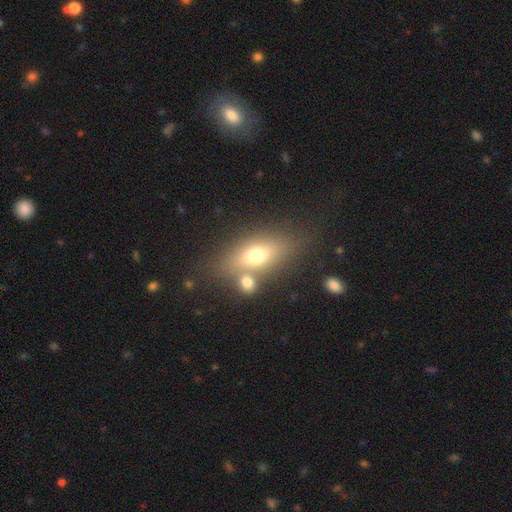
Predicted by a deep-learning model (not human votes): A smooth galaxy with no disk features (64%) that is in between round and cigar-shaped (73%).

Vote fractions:
- Smooth or featured? smooth: 64% / featured or disk: 26% / star or artifact: 10%
- How rounded? in between: 73% / cigar-shaped: 19% / round: 8%
- Merging? none: 56% / merger: 26% / minor disturbance: 12% / major disturbance: 6%